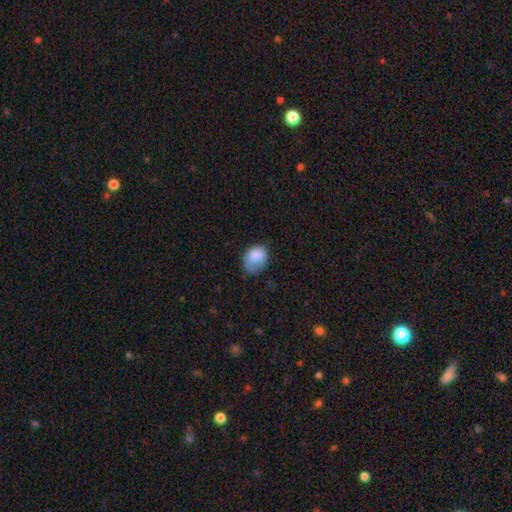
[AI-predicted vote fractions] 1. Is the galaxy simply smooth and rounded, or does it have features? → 79% smooth, 13% featured or disk, 8% star or artifact.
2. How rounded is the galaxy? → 69% in between, 30% round, 1% cigar-shaped.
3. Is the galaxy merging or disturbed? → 37% minor disturbance (tied), 37% none (tied), 23% major disturbance, 2% merger.